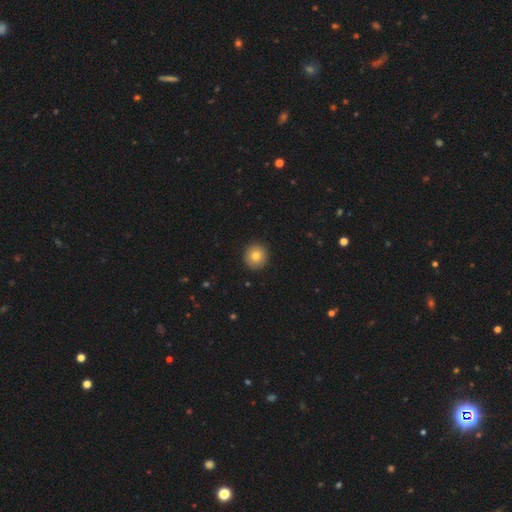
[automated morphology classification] Smooth or featured? smooth (80%)
How rounded? round (93%)
Merging? none (92%)